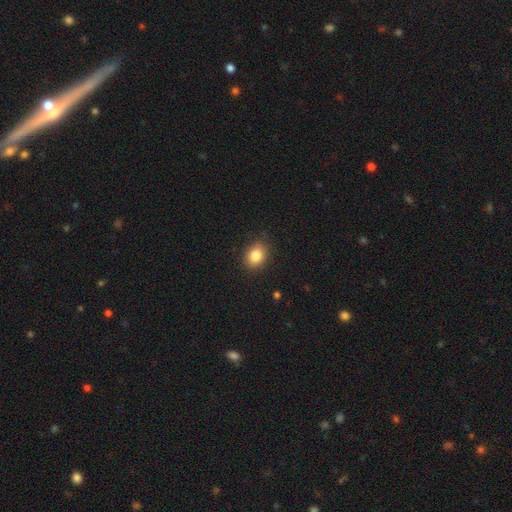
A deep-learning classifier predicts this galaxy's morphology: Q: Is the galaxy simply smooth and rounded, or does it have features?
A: smooth — 84%.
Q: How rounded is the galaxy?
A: in between — 56%.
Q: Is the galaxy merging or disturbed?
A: none — 85%.